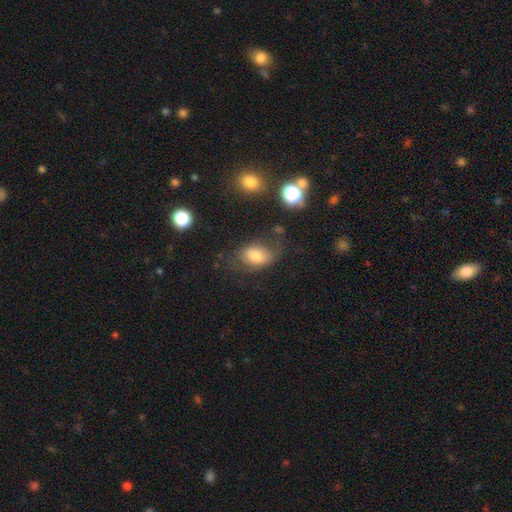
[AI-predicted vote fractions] A smooth galaxy with no disk features (65%) that is in between round and cigar-shaped (80%).

Vote fractions:
- Smooth or featured? smooth: 65% / featured or disk: 24% / star or artifact: 11%
- How rounded? in between: 80% / round: 19% / cigar-shaped: 1%
- Merging? none: 57% / minor disturbance: 24% / major disturbance: 16% / merger: 3%